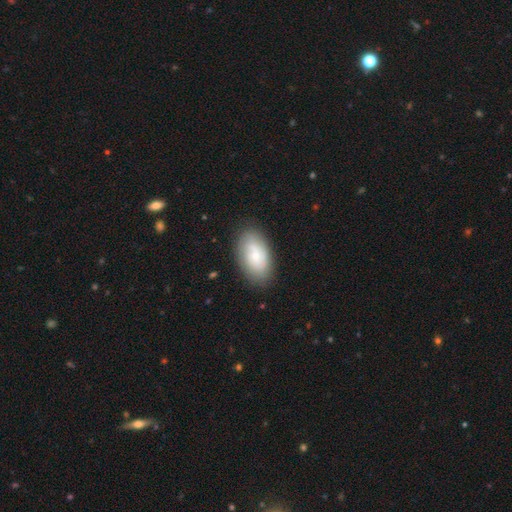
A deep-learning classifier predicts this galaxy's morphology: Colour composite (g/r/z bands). It shows a smooth galaxy with no disk features (58%) that is in between round and cigar-shaped (91%). Merging: none (81%).